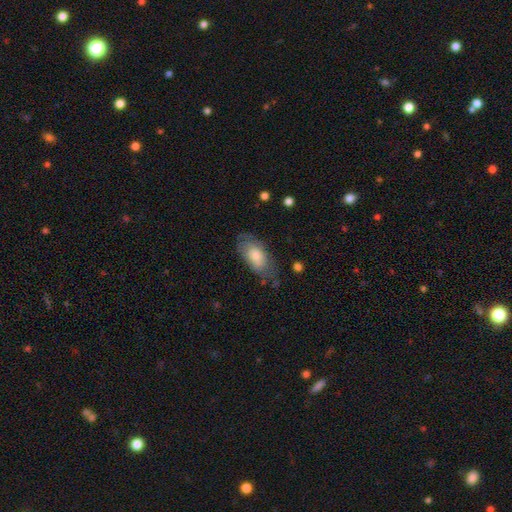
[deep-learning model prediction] A smooth galaxy with no disk features (69%) that is in between round and cigar-shaped (89%). Merging: none (63%).